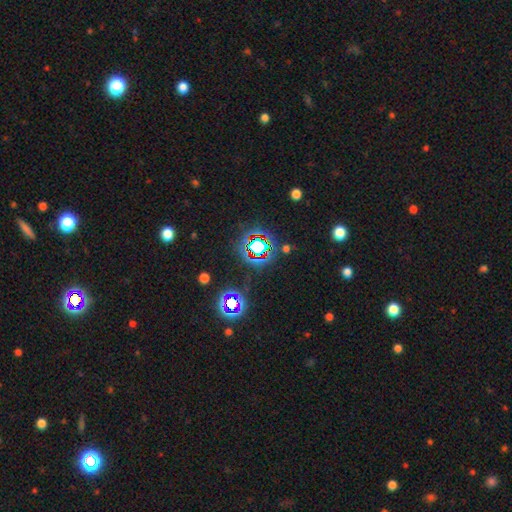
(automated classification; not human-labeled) star or artifact 77%, smooth 14%, featured or disk 9%.